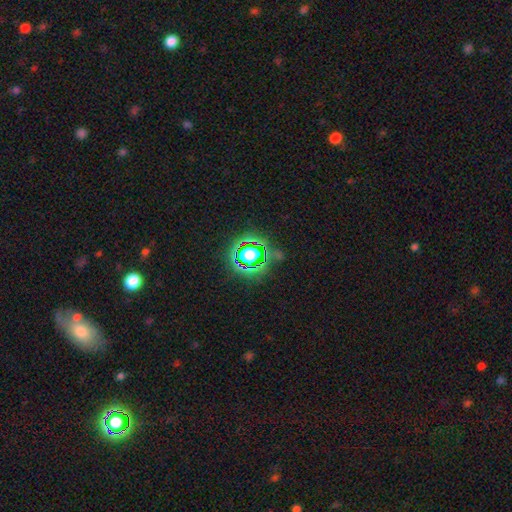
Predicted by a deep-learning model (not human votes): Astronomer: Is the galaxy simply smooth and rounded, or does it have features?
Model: star or artifact — 77%.